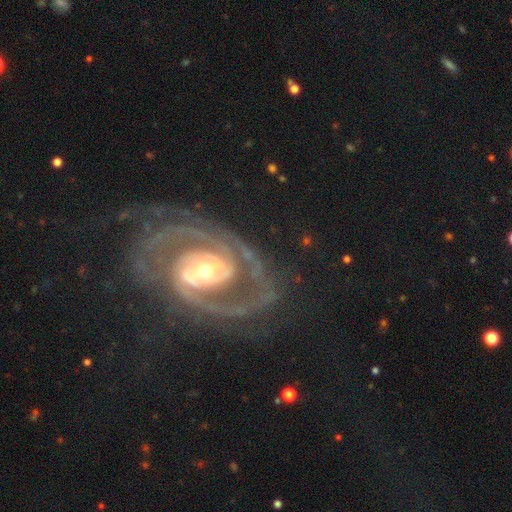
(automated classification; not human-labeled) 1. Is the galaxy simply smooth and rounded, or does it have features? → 90% featured or disk, 6% star or artifact, 5% smooth.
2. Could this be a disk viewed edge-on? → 97% no, 3% yes.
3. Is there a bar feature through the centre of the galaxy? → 45% no, 31% weak, 23% strong.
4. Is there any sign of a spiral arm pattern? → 96% yes, 4% no.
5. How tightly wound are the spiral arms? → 52% tight, 38% medium, 10% loose.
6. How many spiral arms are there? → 64% 2, 11% can't tell, 11% 3, 5% 1, 4% 4, 4% more than 4.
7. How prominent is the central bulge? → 49% moderate, 40% small, 8% large, 1% dominant, 1% none.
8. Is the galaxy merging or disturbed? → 65% none, 16% major disturbance, 16% minor disturbance, 2% merger.